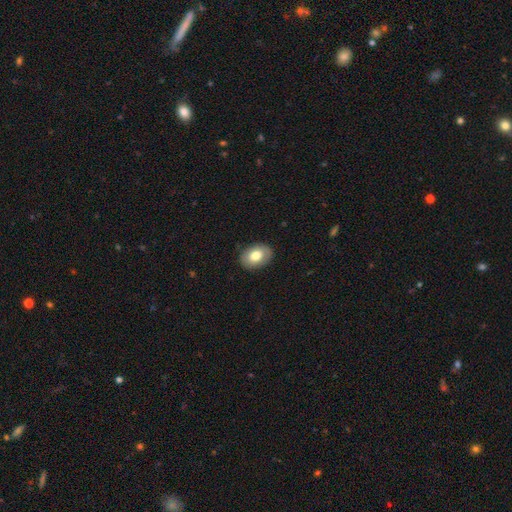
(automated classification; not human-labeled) Smooth or featured? smooth (74%)
How rounded? in between (81%)
Merging? none (87%)